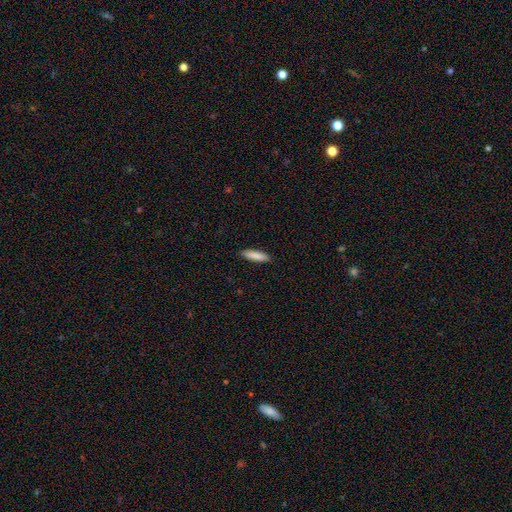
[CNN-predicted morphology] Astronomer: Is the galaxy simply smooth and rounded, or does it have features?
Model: smooth — 86%.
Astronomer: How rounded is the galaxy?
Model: cigar-shaped — 71%.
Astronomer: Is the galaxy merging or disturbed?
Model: none — 90%.